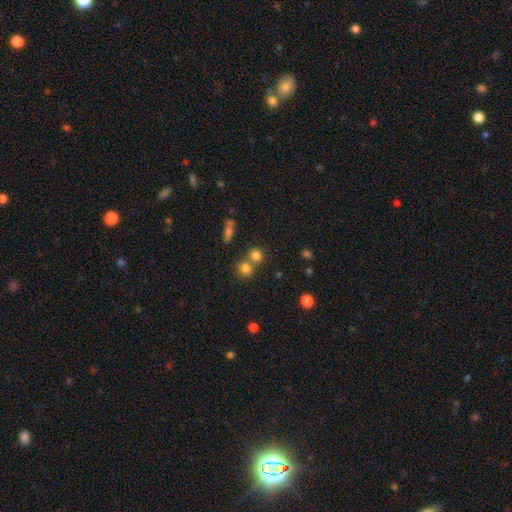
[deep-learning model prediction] smooth 76%, star or artifact 15%, featured or disk 8%. Down the decision tree: how rounded — round (78%); merging — none (54%).